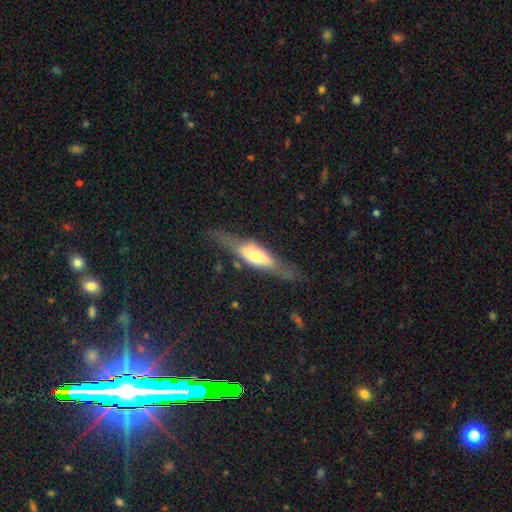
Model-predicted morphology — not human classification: A featured or disk galaxy (58%) viewed edge-on (71%). Merging: none (65%).